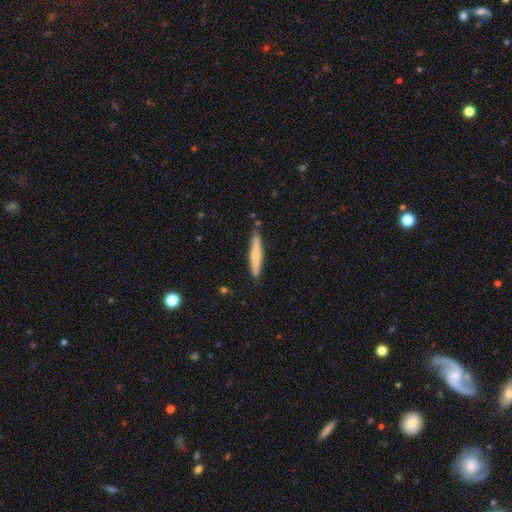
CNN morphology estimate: smooth-or-featured: smooth: 65% | featured or disk: 30% | star or artifact: 5%
  how-rounded: cigar-shaped: 93% | in between: 6% | round: 1%
  merging: none: 85% | minor disturbance: 11% | merger: 2% | major disturbance: 2%